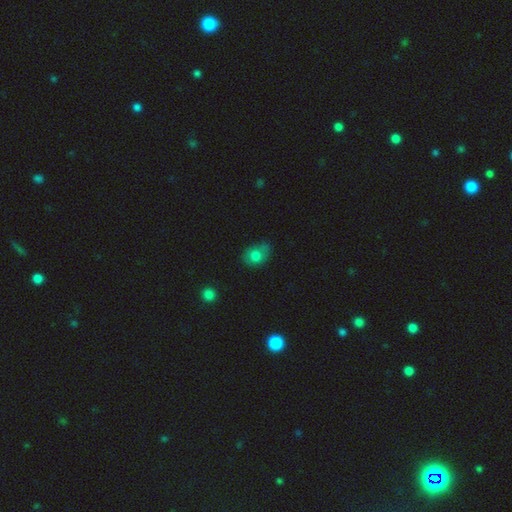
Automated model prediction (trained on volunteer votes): Smooth or featured? Predicted: smooth (p=0.75). How rounded? Predicted: in between (p=0.64). Merging? Predicted: none (p=0.50).